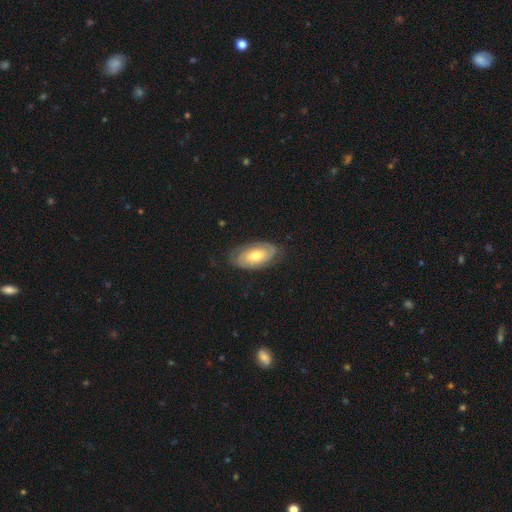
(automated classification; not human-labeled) Morphology: type=featured or disk (69%); edge-on=no (94%); bar=no (66%); spiral arms=yes (86%); winding=tight (68%); arm count=2 (62%); bulge=moderate (66%); merging=none (78%).